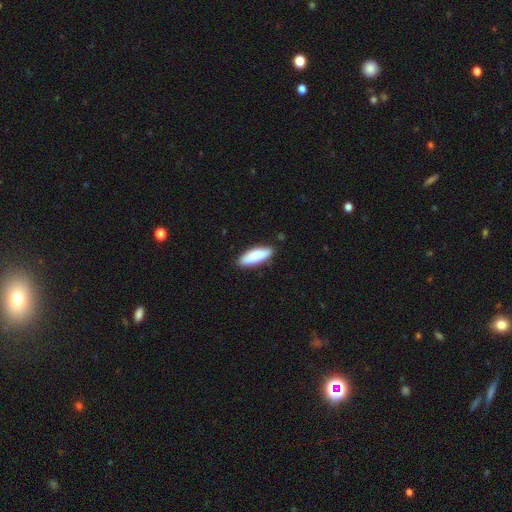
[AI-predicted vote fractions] Smooth or featured: smooth — 87% (featured or disk — 8%)
How rounded: in between — 63% (cigar-shaped — 35%)
Merging: none — 86% (minor disturbance — 11%)